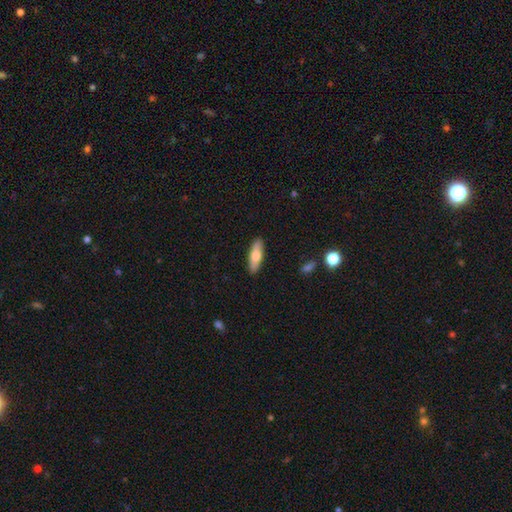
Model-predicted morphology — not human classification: Smooth or featured? Predicted: smooth (p=0.66). How rounded? Predicted: cigar-shaped (p=0.51). Merging? Predicted: none (p=0.90).